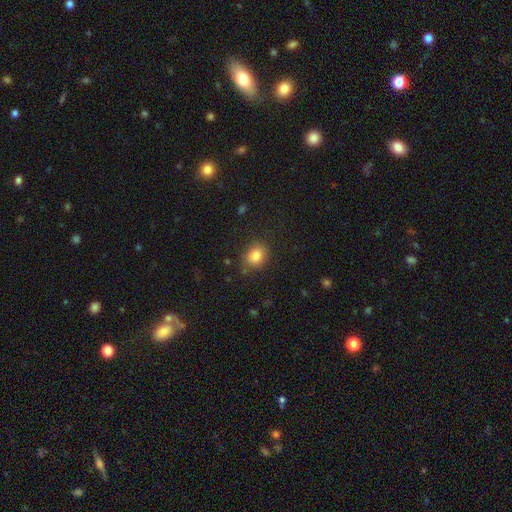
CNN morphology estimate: This is clearly a smooth galaxy (82%). How rounded: possibly round (54%). Merging: clearly none (81%).